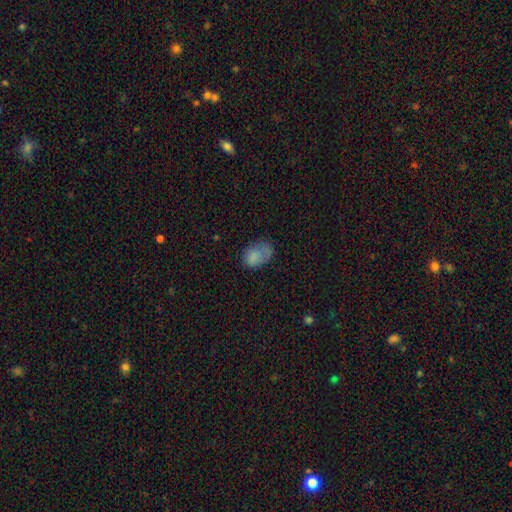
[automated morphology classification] Overall: smooth (79%). How rounded: in between (82%). Merging: none (45%; minor disturbance 31%).